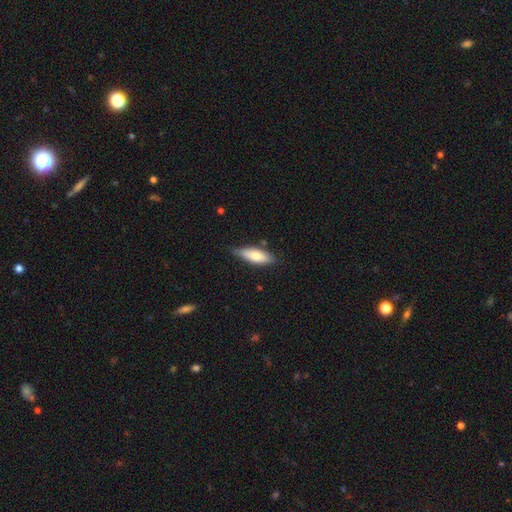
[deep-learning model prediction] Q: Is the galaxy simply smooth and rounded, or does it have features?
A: smooth — 68%.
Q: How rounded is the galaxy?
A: in between — 61%.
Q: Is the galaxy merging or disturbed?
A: none — 75%.